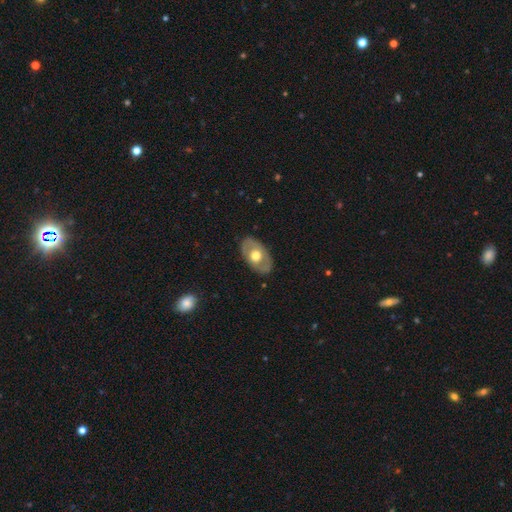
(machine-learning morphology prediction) Smooth or featured: featured or disk — 50% (smooth — 45%)
Merging: none — 84% (minor disturbance — 12%)